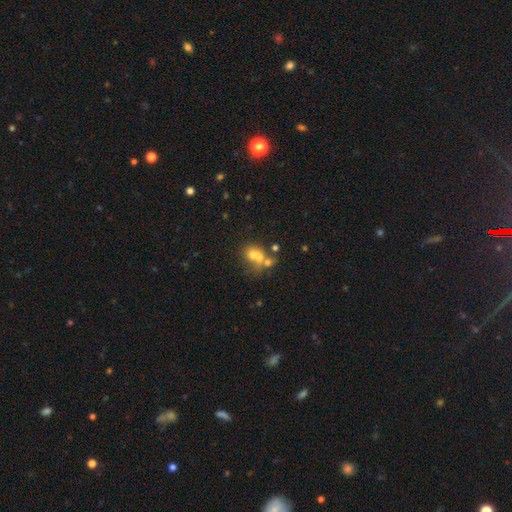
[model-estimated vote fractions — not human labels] smooth-or-featured: smooth: 61% | featured or disk: 24% | star or artifact: 15%
  how-rounded: round: 58% | in between: 40% | cigar-shaped: 1%
  merging: merger: 58% | none: 26% | minor disturbance: 9% | major disturbance: 7%